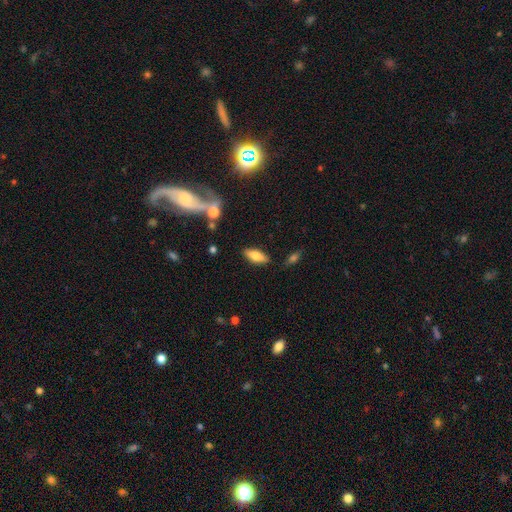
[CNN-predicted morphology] Smooth or featured: smooth — 73% (featured or disk — 20%)
How rounded: in between — 76% (cigar-shaped — 22%)
Merging: none — 84% (minor disturbance — 11%)